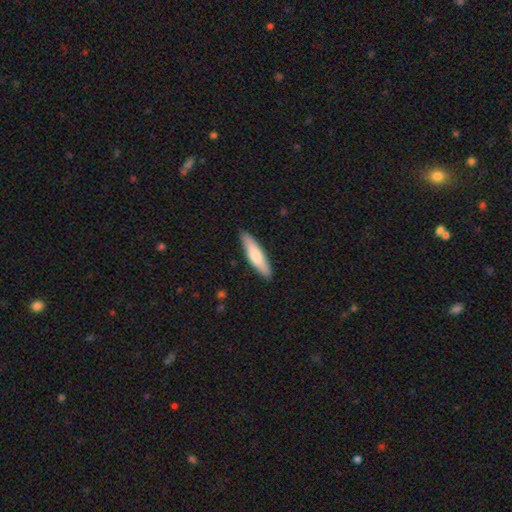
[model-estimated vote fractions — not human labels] Q: Smooth or featured?
A: smooth (72%); runner-up: featured or disk (23%)
Q: How rounded?
A: cigar-shaped (76%); runner-up: in between (23%)
Q: Merging?
A: none (88%); runner-up: minor disturbance (9%)